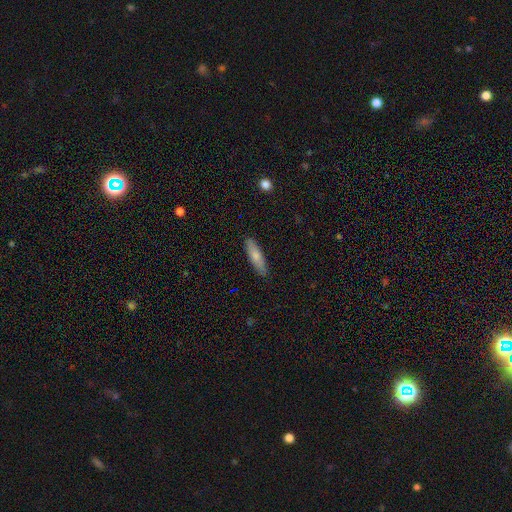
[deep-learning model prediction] Morphology: type=smooth (73%); roundness=cigar-shaped (70%); merging=none (88%).